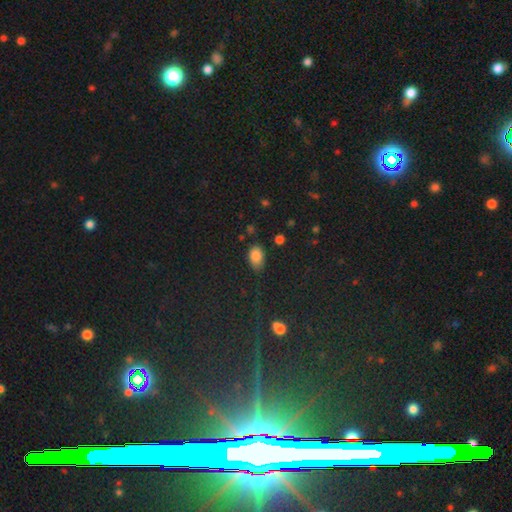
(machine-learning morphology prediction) A smooth galaxy with no disk features (83%) that is in between round and cigar-shaped (88%). Merging: none (69%).